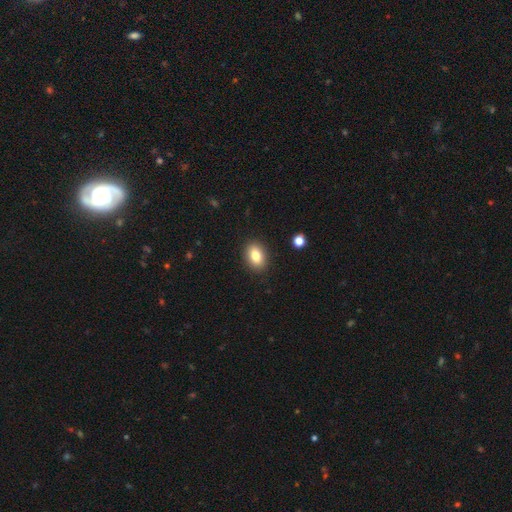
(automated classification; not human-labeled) smooth 81%, featured or disk 10%, star or artifact 9%. Down the decision tree: how rounded — in between (80%); merging — none (89%).